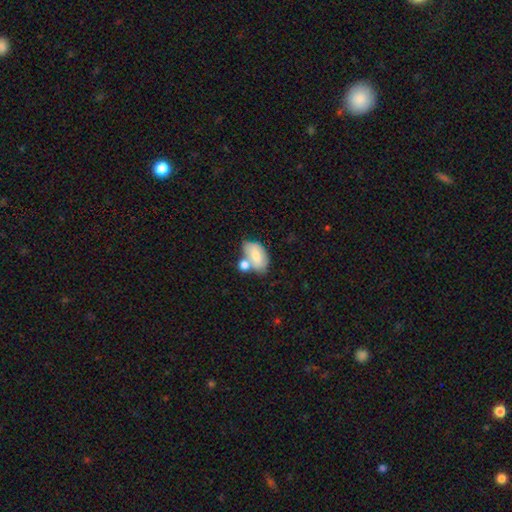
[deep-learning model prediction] A smooth galaxy with no disk features (71%) that is in between round and cigar-shaped (90%). Merging: merger (42%).